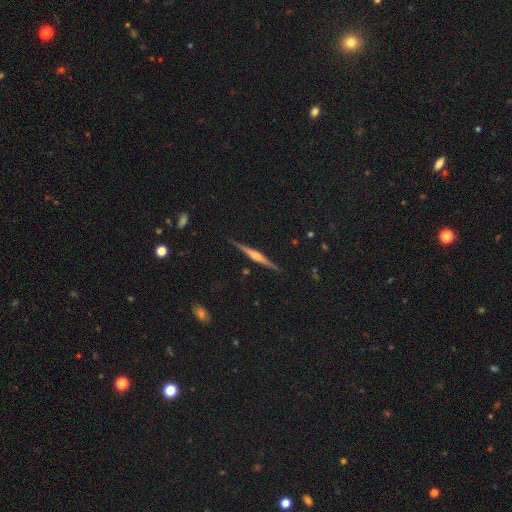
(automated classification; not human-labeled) This appears to be a featured or disk galaxy (78%) viewed edge-on (98%) with a rounded central bulge (72%). Merging: none (90%).